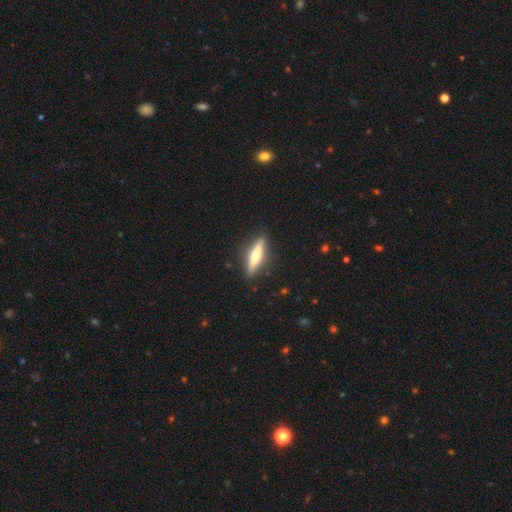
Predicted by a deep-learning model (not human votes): smooth 51%, featured or disk 43%, star or artifact 6%. Down the decision tree: how rounded — cigar-shaped (81%); merging — none (89%).